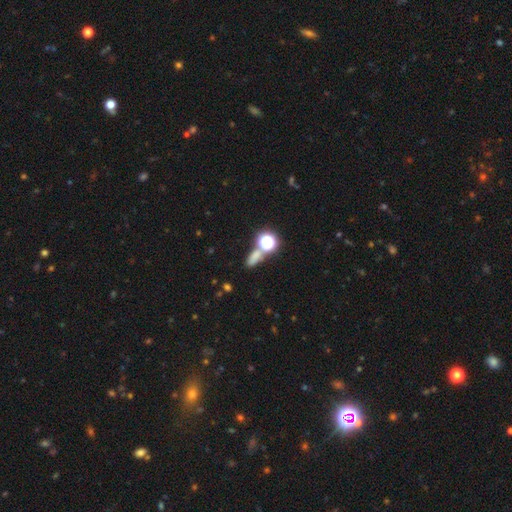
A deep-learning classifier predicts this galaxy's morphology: type=smooth (59%); roundness=in between (54%); merging=none (61%).